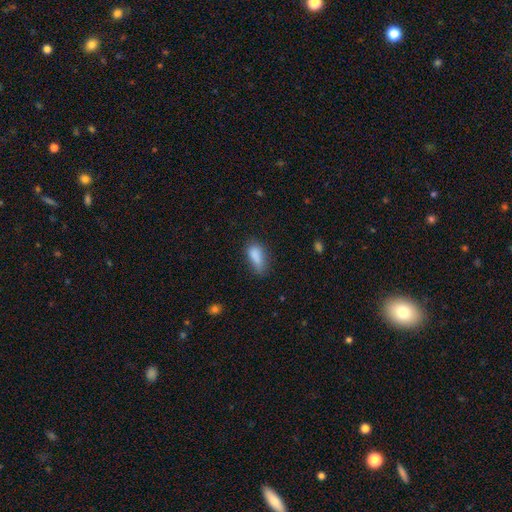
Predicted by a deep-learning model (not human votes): smooth 83%, star or artifact 9%, featured or disk 8%. Down the decision tree: how rounded — in between (80%); merging — none (54%).